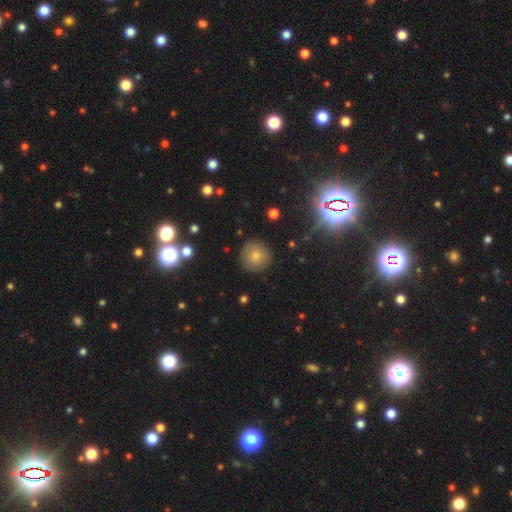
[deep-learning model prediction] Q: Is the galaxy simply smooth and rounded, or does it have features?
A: smooth — 74%.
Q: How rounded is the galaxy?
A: round — 94%.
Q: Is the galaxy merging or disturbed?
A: none — 86%.